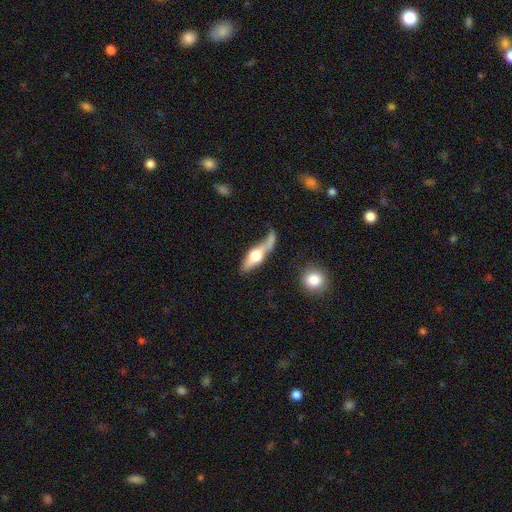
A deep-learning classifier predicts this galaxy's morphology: This appears to be a featured or disk galaxy (50%) viewed edge-on (80%). Merging: none (38%).